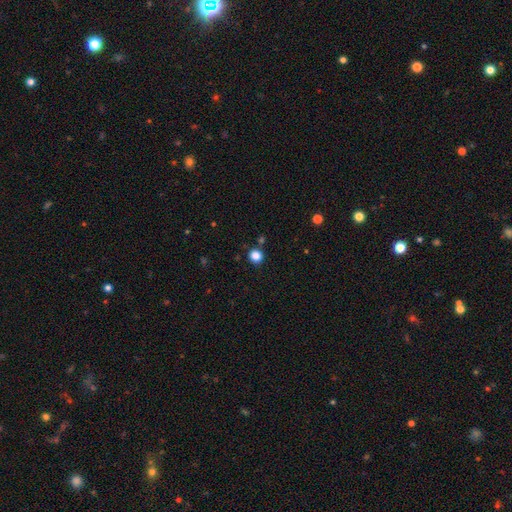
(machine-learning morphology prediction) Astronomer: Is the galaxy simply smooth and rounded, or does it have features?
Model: smooth — 85%.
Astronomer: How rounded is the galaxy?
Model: round — 90%.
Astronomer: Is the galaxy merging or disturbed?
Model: none — 86%.